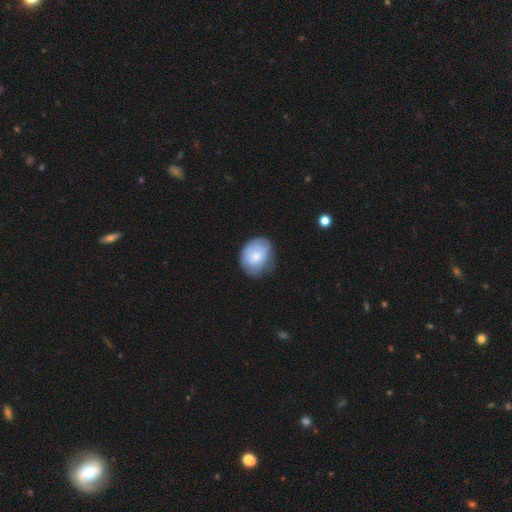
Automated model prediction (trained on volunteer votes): Smooth or featured?
  - smooth: 69% *
  - featured or disk: 24%
  - star or artifact: 7%
How rounded?
  - in between: 55% *
  - round: 44%
  - cigar-shaped: 1%
Merging?
  - none: 66% *
  - minor disturbance: 25%
  - major disturbance: 7%
  - merger: 1%